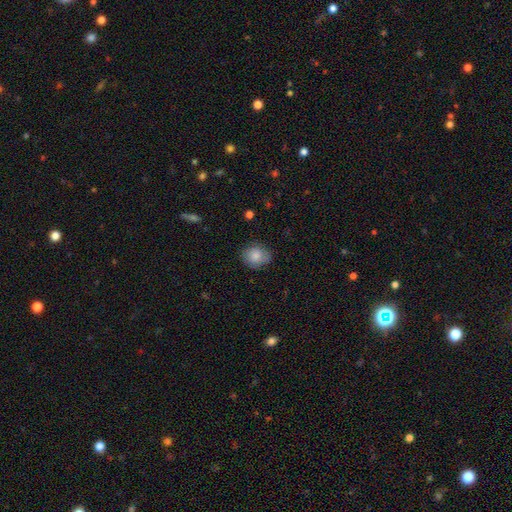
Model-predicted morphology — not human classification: smooth 84%, featured or disk 9%, star or artifact 8%. Down the decision tree: how rounded — round (64%); merging — none (79%).